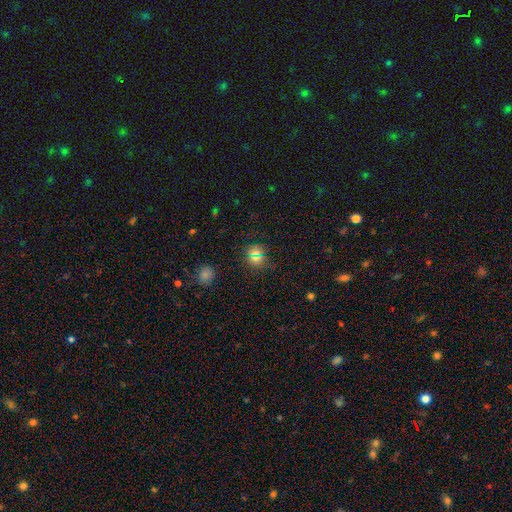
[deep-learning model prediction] Smooth or featured? smooth (59%)
How rounded? round (86%)
Merging? none (84%)